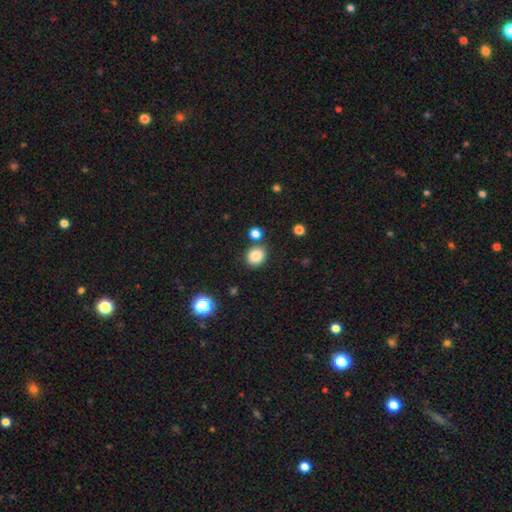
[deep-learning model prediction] The model was most divided on "how rounded": round: 72%, in between: 27%, cigar-shaped: 1%. More confident: smooth or featured — smooth (84%); merging — none (79%).